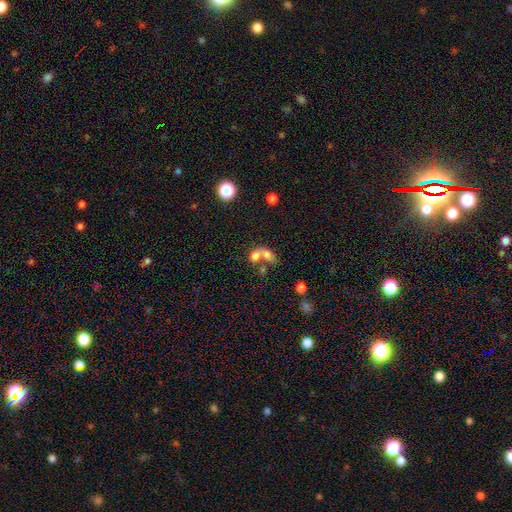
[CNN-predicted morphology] The model was most divided on "how rounded": in between: 66%, round: 32%, cigar-shaped: 3%. More confident: merging — merger (71%); smooth or featured — smooth (66%).